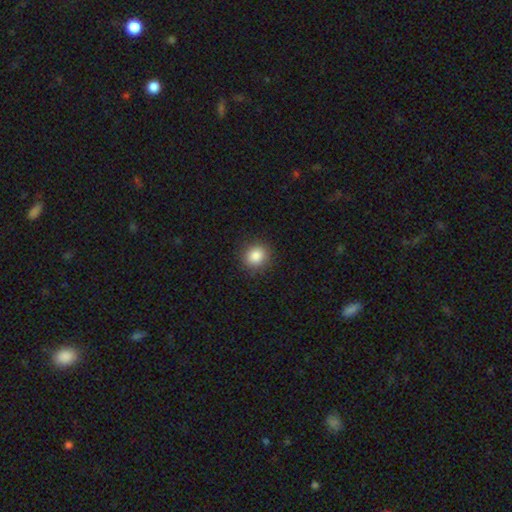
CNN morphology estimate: The model was most divided on "how rounded": round: 81%, in between: 18%, cigar-shaped: 1%. More confident: merging — none (89%); smooth or featured — smooth (86%).